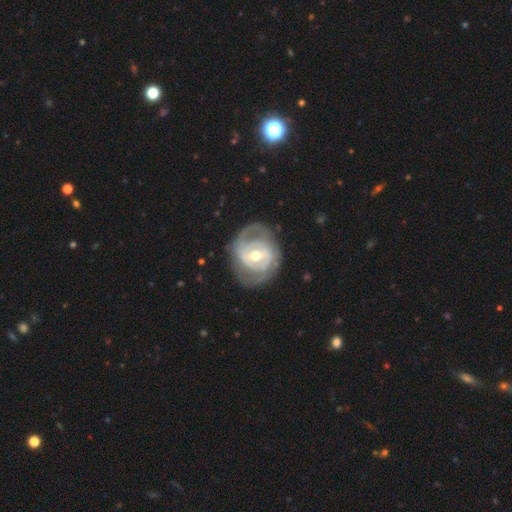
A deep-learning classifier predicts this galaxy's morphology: type=featured or disk (79%); edge-on=no (96%); bar=weak (44%); spiral arms=yes (72%); winding=tight (53%); arm count=2 (56%); bulge=moderate (67%); merging=none (70%).